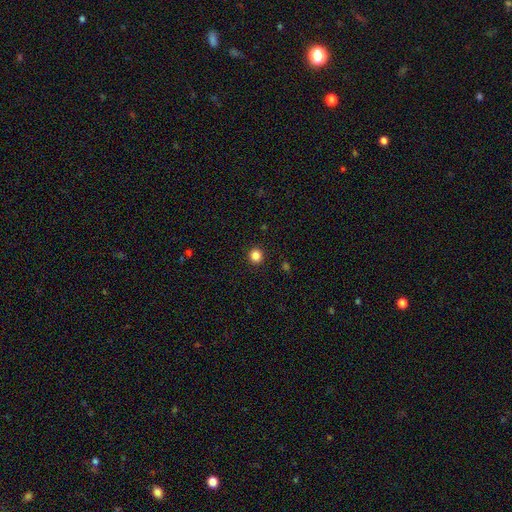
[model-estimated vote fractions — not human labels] smooth 85%, star or artifact 12%, featured or disk 3%. Down the decision tree: how rounded — round (91%); merging — none (92%).